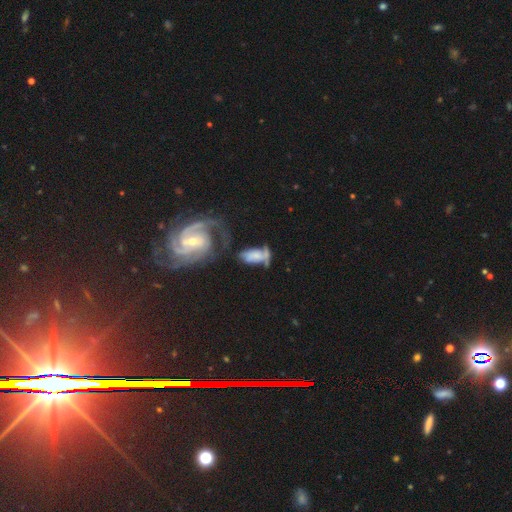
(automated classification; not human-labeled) This is possibly a featured or disk galaxy (49%). Merging: marginally major disturbance (31%).